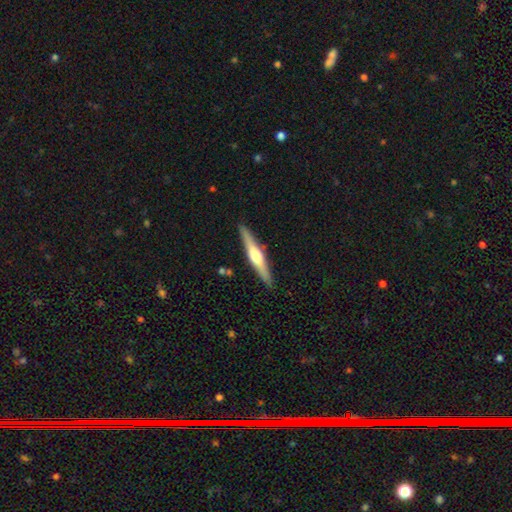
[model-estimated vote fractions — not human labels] smooth_or_featured: featured or disk (p=0.65) [alt: smooth p=0.30]
disk_edge_on: yes (p=0.97) [alt: no p=0.03]
edge_on_bulge: rounded (p=0.90) [alt: boxy p=0.05]
merging: none (p=0.89) [alt: minor disturbance p=0.08]